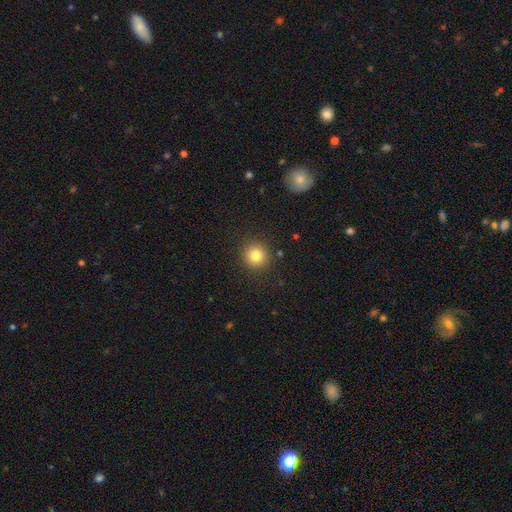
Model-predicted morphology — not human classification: type=smooth (81%); roundness=round (93%); merging=none (90%).